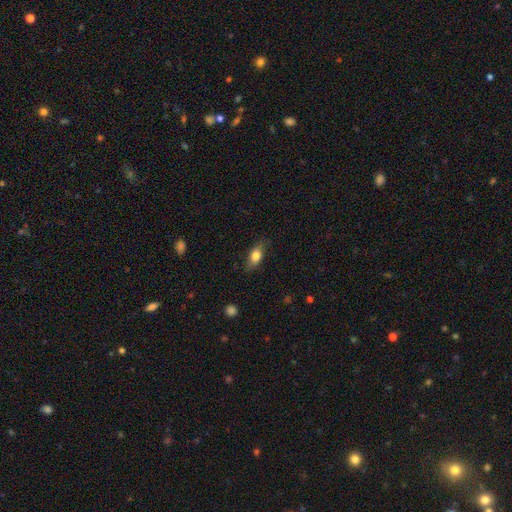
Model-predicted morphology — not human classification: Smooth or featured? Predicted: smooth (p=0.76). How rounded? Predicted: in between (p=0.82). Merging? Predicted: none (p=0.79).